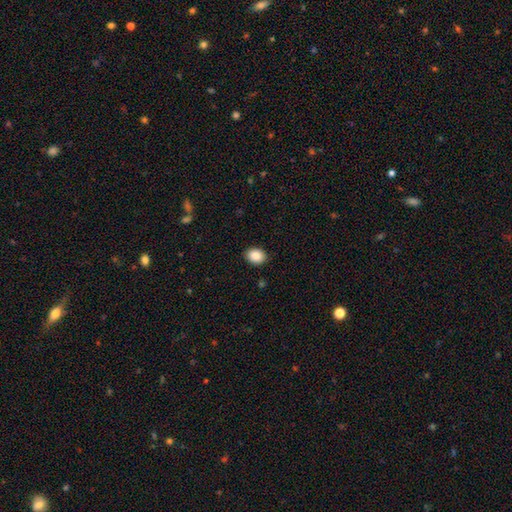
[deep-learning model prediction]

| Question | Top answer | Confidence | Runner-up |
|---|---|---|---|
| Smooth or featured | smooth | 88% | star or artifact (8%) |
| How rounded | in between | 59% | round (40%) |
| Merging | none | 90% | minor disturbance (7%) |